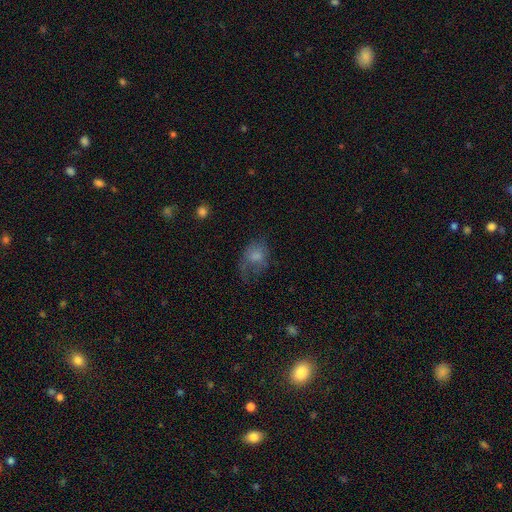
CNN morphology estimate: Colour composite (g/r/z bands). It shows a smooth galaxy with no disk features (65%) that is in between round and cigar-shaped (65%). Merging: major disturbance (43%).